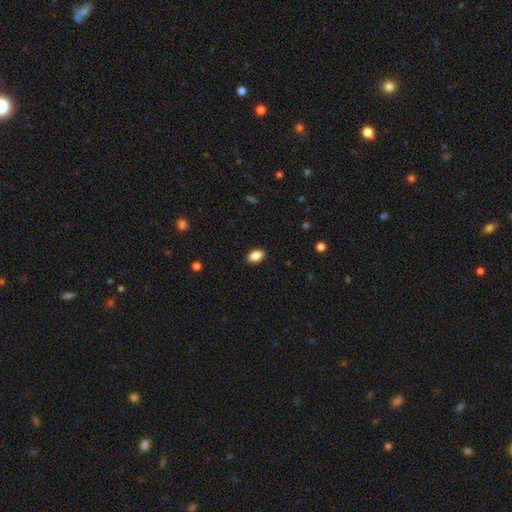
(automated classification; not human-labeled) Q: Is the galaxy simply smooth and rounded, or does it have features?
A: smooth — 87%.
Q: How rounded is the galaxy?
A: in between — 90%.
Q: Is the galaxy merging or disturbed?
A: none — 89%.